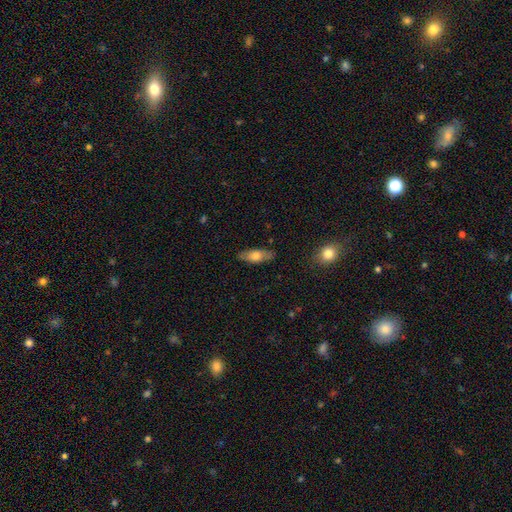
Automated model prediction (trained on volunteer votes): This is likely a smooth galaxy (60%). How rounded: likely in between (67%). Merging: clearly none (85%).